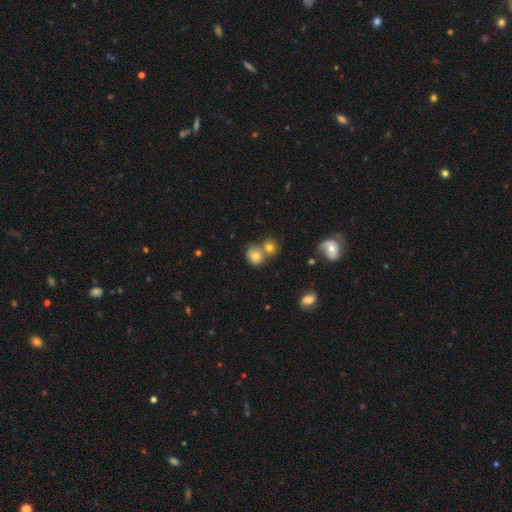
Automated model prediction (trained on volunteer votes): smooth 72%, featured or disk 15%, star or artifact 12%. Down the decision tree: how rounded — round (73%); merging — none (45%).